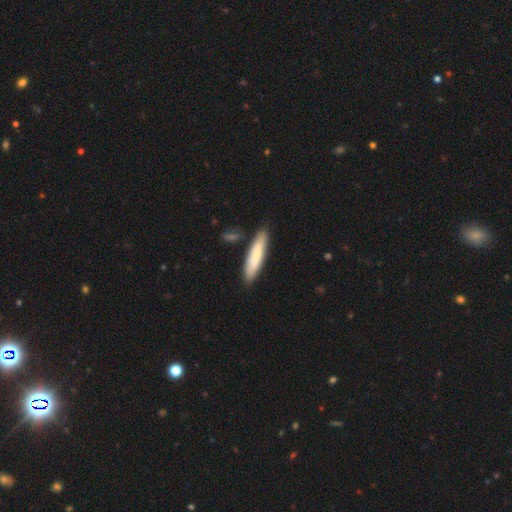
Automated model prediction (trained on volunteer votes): Q: Smooth or featured?
A: smooth (75%); runner-up: featured or disk (20%)
Q: How rounded?
A: cigar-shaped (83%); runner-up: in between (16%)
Q: Merging?
A: none (84%); runner-up: minor disturbance (11%)